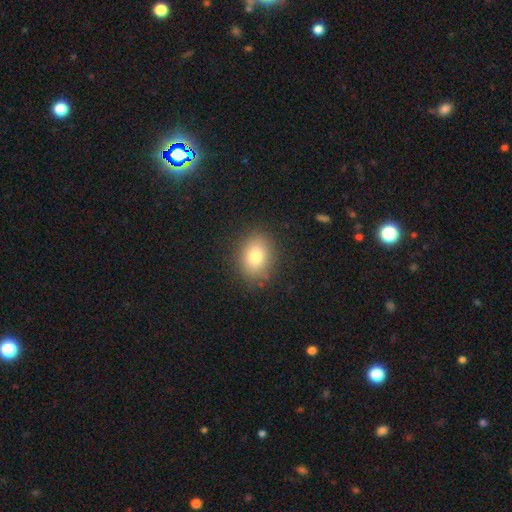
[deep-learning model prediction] Q: Smooth or featured?
A: smooth (79%); runner-up: star or artifact (11%)
Q: How rounded?
A: in between (56%); runner-up: round (43%)
Q: Merging?
A: none (86%); runner-up: minor disturbance (10%)